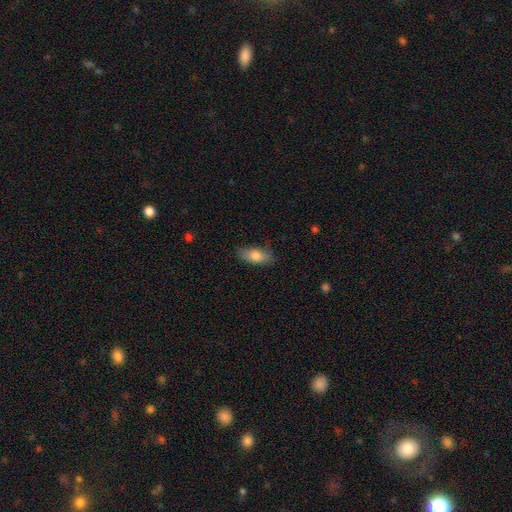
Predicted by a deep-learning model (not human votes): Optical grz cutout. It shows a smooth galaxy with no disk features (78%) that is in between round and cigar-shaped (82%). Merging: none (79%).